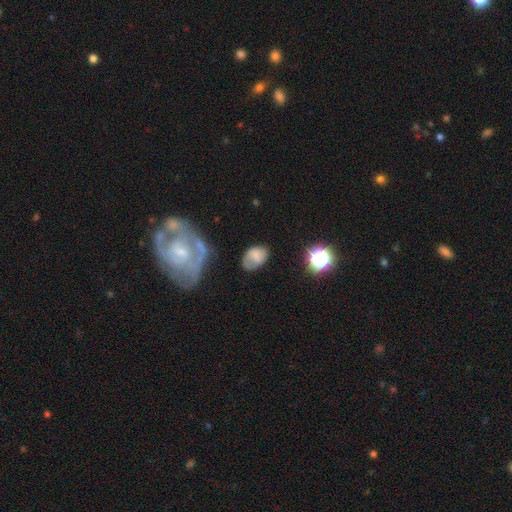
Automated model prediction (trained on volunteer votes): smooth_or_featured: smooth (p=0.70) [alt: featured or disk p=0.20]
how_rounded: in between (p=0.81) [alt: round p=0.18]
merging: none (p=0.56) [alt: minor disturbance p=0.27]